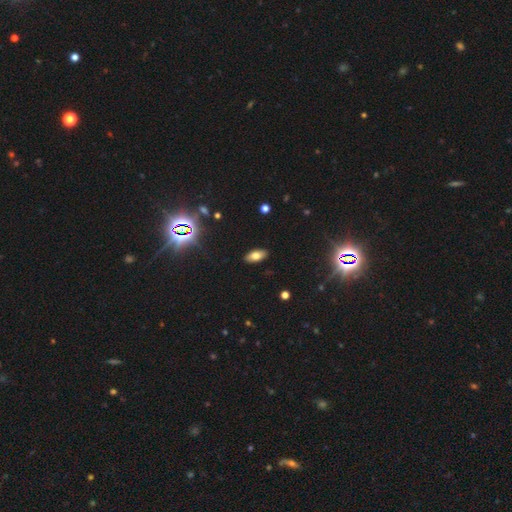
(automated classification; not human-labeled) The model was most divided on "smooth or featured": smooth: 71%, featured or disk: 15%, star or artifact: 14%. More confident: merging — none (89%); how rounded — in between (88%).